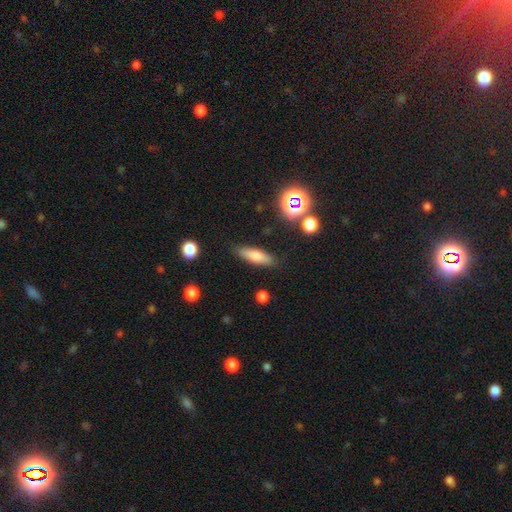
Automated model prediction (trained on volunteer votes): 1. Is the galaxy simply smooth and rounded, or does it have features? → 69% smooth, 20% featured or disk, 10% star or artifact.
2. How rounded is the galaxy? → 60% cigar-shaped, 37% in between, 3% round.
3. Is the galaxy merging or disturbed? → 86% none, 10% minor disturbance, 3% major disturbance, 2% merger.